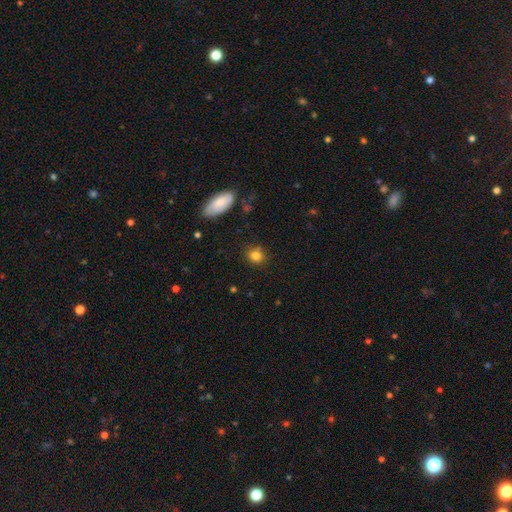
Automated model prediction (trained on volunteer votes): Q: Smooth or featured?
A: smooth (82%); runner-up: star or artifact (11%)
Q: How rounded?
A: round (70%); runner-up: in between (28%)
Q: Merging?
A: none (81%); runner-up: minor disturbance (12%)